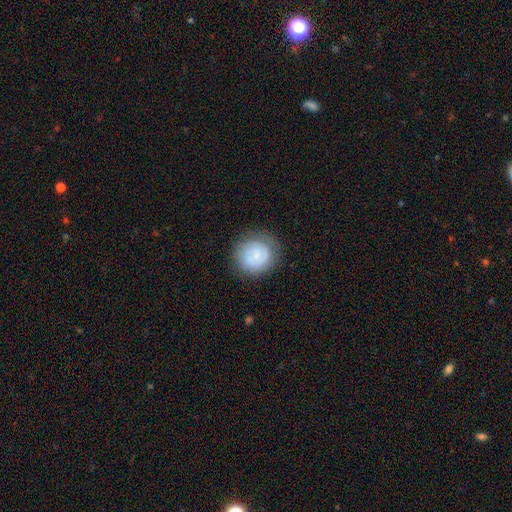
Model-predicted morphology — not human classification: A smooth galaxy with no disk features (63%) that is round (91%). Merging: none (82%).